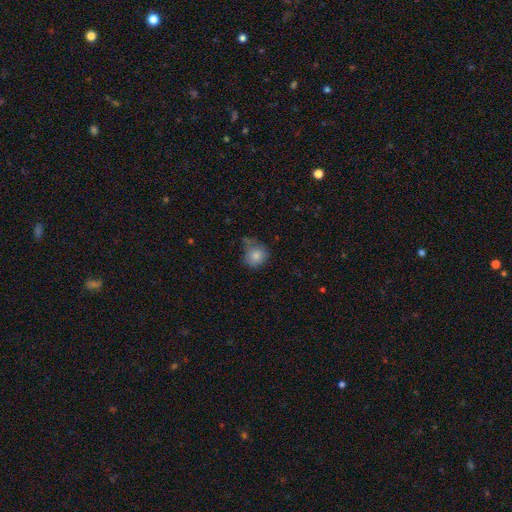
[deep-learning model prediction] Morphology: type=smooth (83%); roundness=round (72%); merging=none (53%).